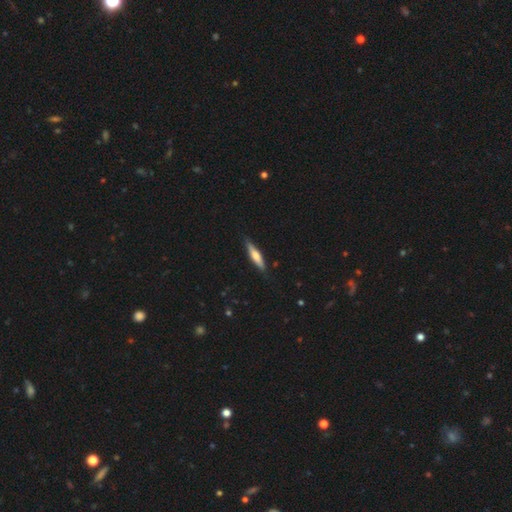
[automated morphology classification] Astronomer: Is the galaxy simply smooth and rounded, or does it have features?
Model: smooth — 54% (runner-up: featured or disk, 40%).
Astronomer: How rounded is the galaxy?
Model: cigar-shaped — 81%.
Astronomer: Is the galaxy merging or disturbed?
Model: none — 85%.